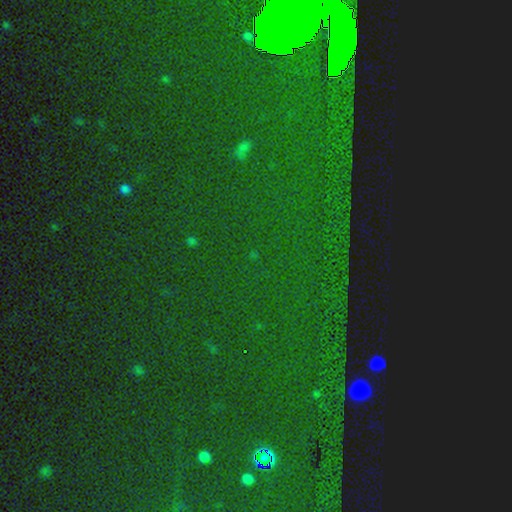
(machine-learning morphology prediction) smooth-or-featured: star or artifact: 82% | smooth: 10% | featured or disk: 8%